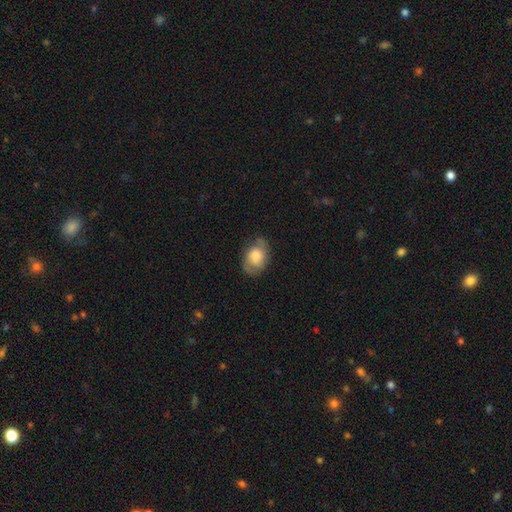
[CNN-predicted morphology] Smooth or featured? smooth (62%)
How rounded? in between (80%)
Merging? none (63%)